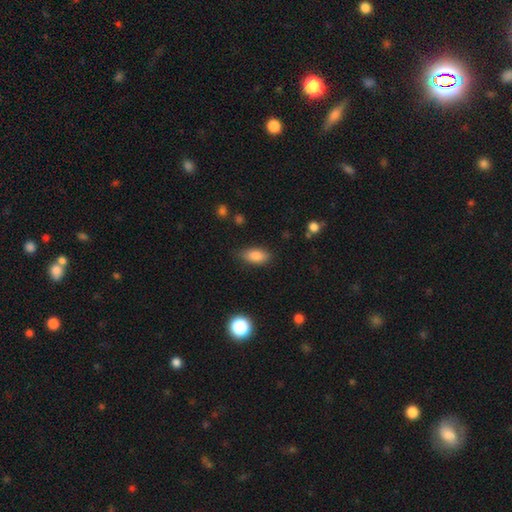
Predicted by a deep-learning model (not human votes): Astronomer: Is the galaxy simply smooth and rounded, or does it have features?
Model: smooth — 84%.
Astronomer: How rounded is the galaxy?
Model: in between — 88%.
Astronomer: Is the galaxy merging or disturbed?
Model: none — 78%.